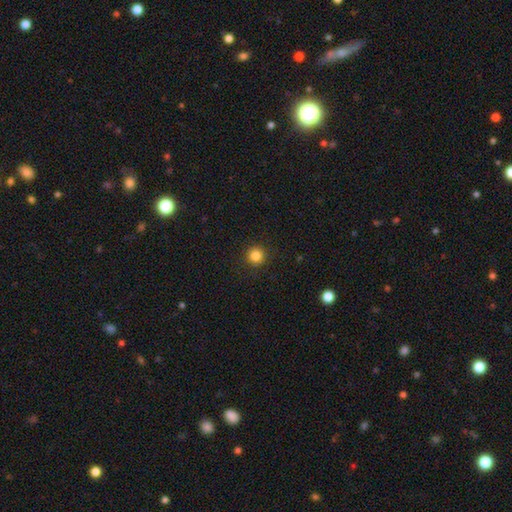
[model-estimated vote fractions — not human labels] Smooth or featured? Predicted: smooth (p=0.84). How rounded? Predicted: round (p=0.96). Merging? Predicted: none (p=0.92).